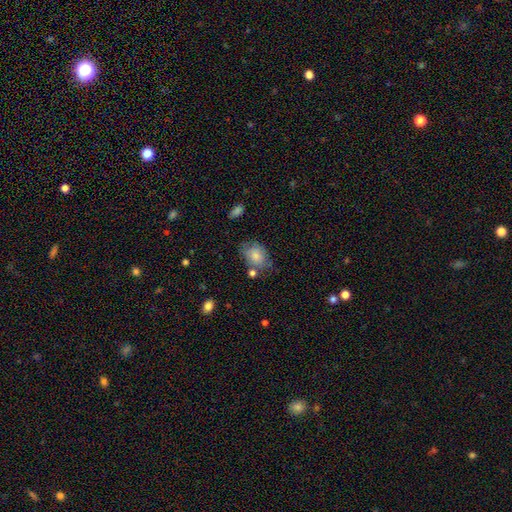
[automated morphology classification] This is likely a smooth galaxy (78%). How rounded: likely in between (70%). Merging: possibly none (59%).